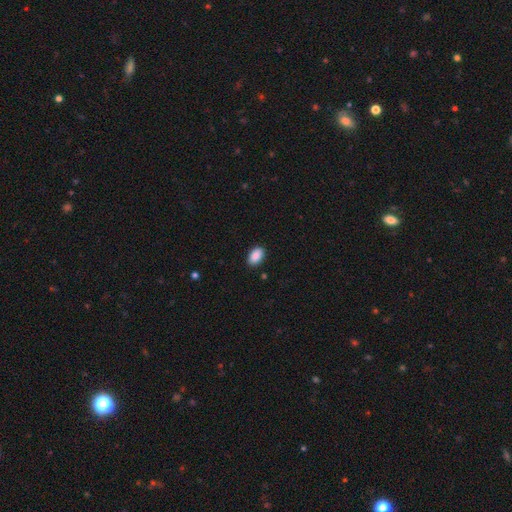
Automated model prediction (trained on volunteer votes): Smooth or featured? Predicted: smooth (p=0.90). How rounded? Predicted: in between (p=0.91). Merging? Predicted: none (p=0.89).